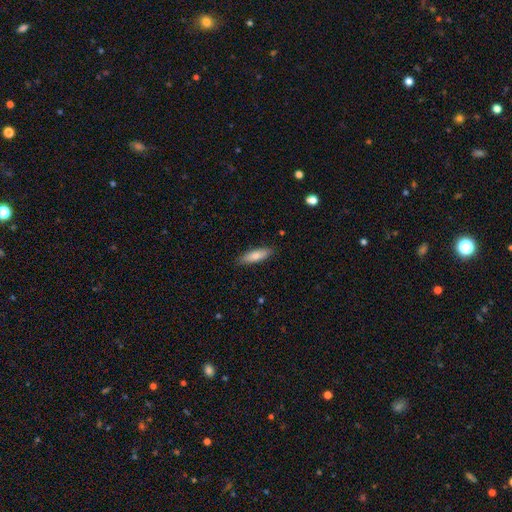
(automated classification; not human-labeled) Smooth or featured? smooth (79%)
How rounded? cigar-shaped (54%)
Merging? none (86%)